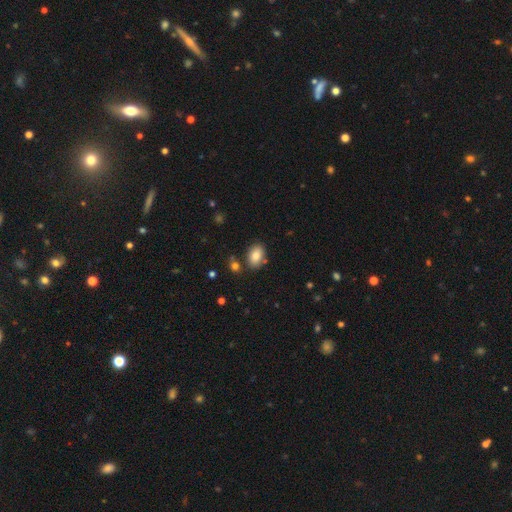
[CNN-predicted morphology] A smooth galaxy with no disk features (84%) that is in between round and cigar-shaped (86%).

Vote fractions:
- Smooth or featured? smooth: 84% / star or artifact: 8% / featured or disk: 8%
- How rounded? in between: 86% / round: 13% / cigar-shaped: 1%
- Merging? none: 79% / minor disturbance: 11% / merger: 7% / major disturbance: 3%